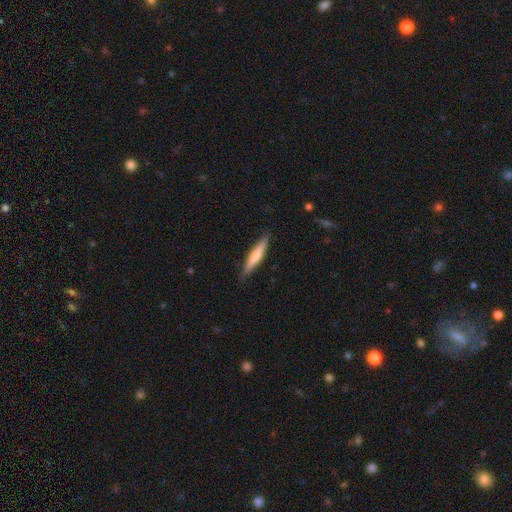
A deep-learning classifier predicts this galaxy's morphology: Overall: smooth (60%; featured or disk 35%). How rounded: cigar-shaped (90%). Merging: none (87%).